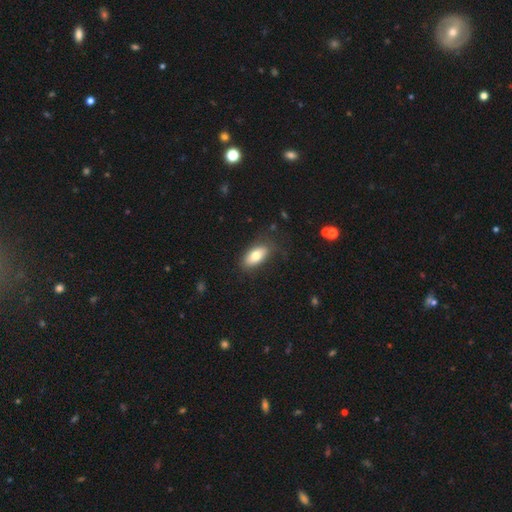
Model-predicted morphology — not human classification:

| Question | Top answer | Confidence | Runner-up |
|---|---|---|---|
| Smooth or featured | smooth | 75% | featured or disk (18%) |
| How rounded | in between | 88% | cigar-shaped (9%) |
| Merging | none | 79% | minor disturbance (15%) |